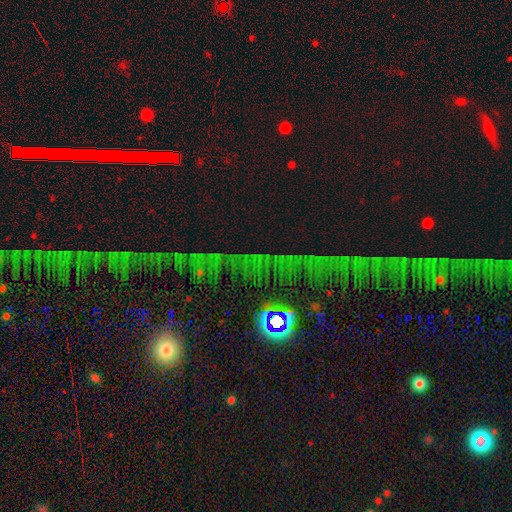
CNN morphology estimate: Overall: star or artifact (74%).